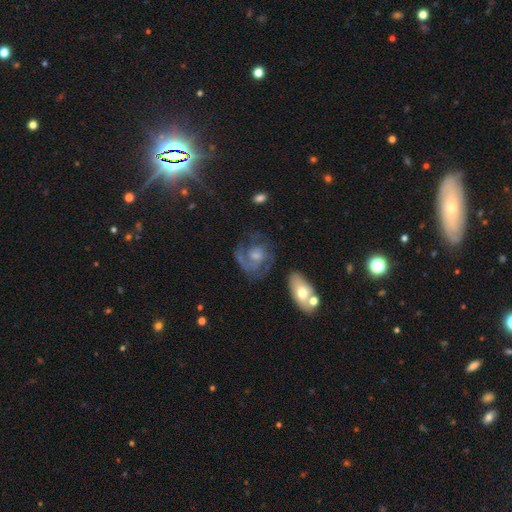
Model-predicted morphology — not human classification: smooth-or-featured: featured or disk: 74% | smooth: 18% | star or artifact: 7%
  disk-edge-on: no: 97% | yes: 3%
    bar: no: 67% | weak: 28% | strong: 5%
    has-spiral-arms: yes: 88% | no: 12%
      spiral-winding: tight: 44% | medium: 40% | loose: 16%
      spiral-arm-count: 2: 45% | 1: 25% | can't tell: 18% | 3: 8% | 4: 2% | more than 4: 2%
    bulge-size: moderate: 43% | small: 36% | none: 11% | large: 8% | dominant: 2%
  merging: none: 55% | minor disturbance: 20% | major disturbance: 20% | merger: 5%